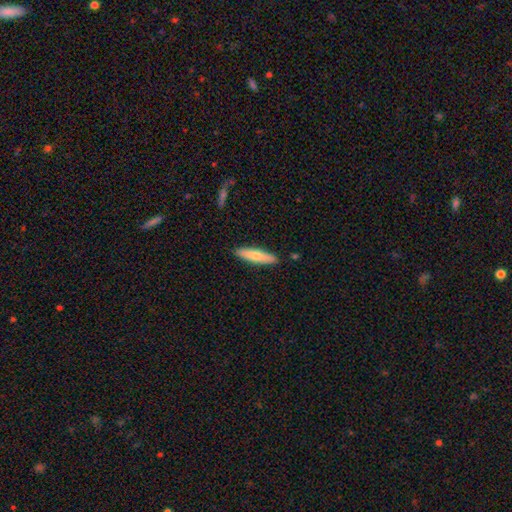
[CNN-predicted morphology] This appears to be a smooth galaxy with no disk features (72%) that is cigar-shaped (81%). Merging: none (89%).